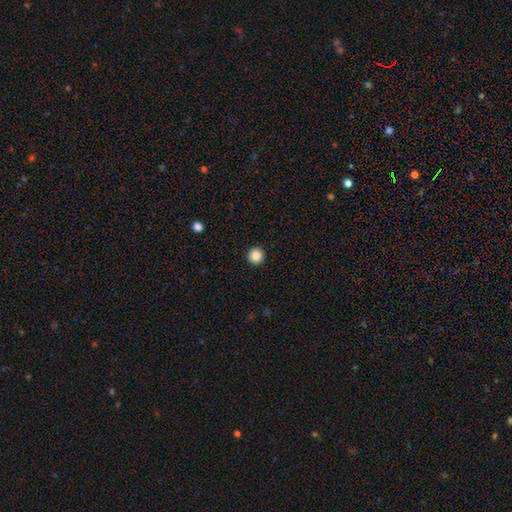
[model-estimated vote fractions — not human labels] Smooth or featured?
  - smooth: 87% *
  - star or artifact: 9%
  - featured or disk: 3%
How rounded?
  - round: 96% *
  - in between: 3%
  - cigar-shaped: 1%
Merging?
  - none: 94% *
  - minor disturbance: 4%
  - major disturbance: 1%
  - merger: 1%